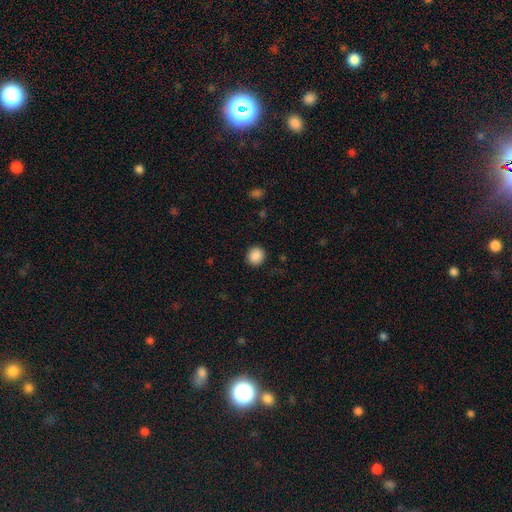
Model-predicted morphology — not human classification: Q: Smooth or featured?
A: smooth (89%); runner-up: star or artifact (9%)
Q: How rounded?
A: round (88%); runner-up: in between (12%)
Q: Merging?
A: none (91%); runner-up: minor disturbance (6%)